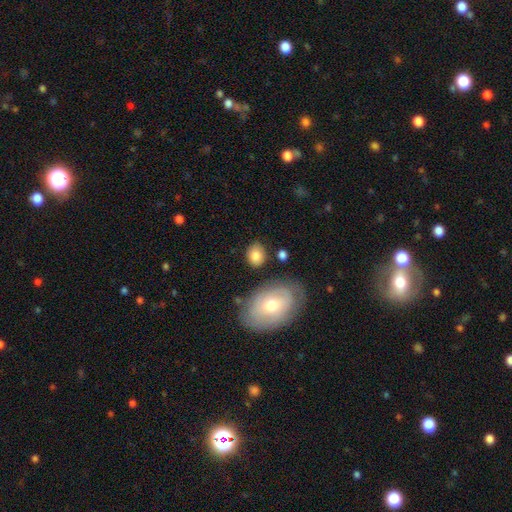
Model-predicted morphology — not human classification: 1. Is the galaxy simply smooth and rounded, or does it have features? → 81% smooth, 11% featured or disk, 8% star or artifact.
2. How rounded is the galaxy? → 57% in between, 42% round, 1% cigar-shaped.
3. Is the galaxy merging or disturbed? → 76% none, 14% minor disturbance, 5% merger, 5% major disturbance.